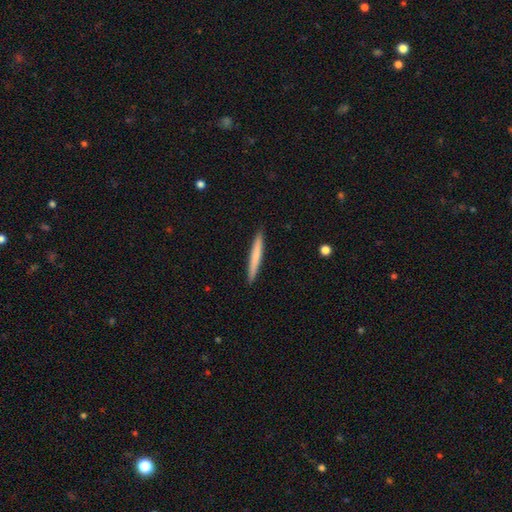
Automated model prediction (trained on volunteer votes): Overall: smooth (69%). How rounded: cigar-shaped (96%). Merging: none (92%).